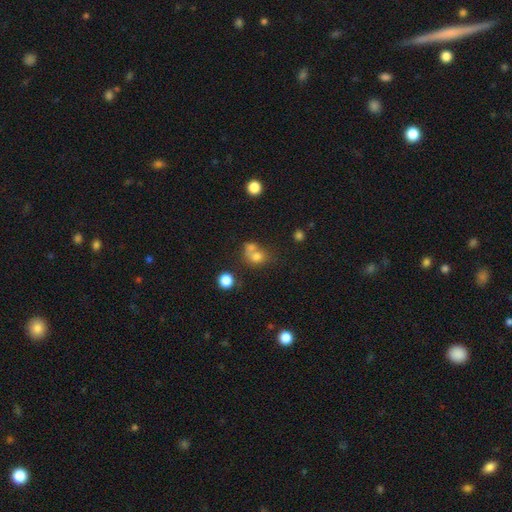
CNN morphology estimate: Overall: smooth (69%). How rounded: round (64%; in between 35%). Merging: merger (53%; none 32%).